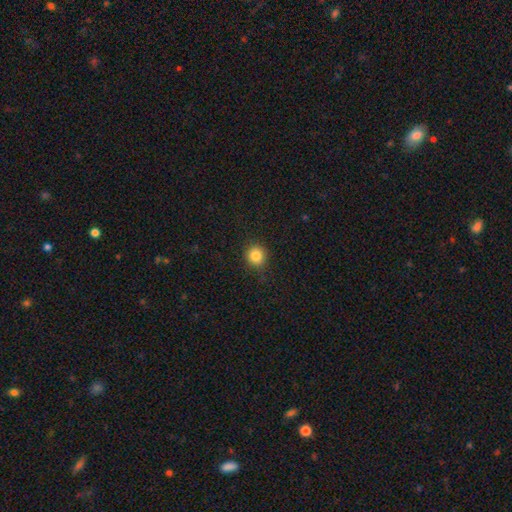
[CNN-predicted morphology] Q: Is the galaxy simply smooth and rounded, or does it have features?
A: smooth — 84%.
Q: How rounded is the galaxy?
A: round — 90%.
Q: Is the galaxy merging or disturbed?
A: none — 89%.